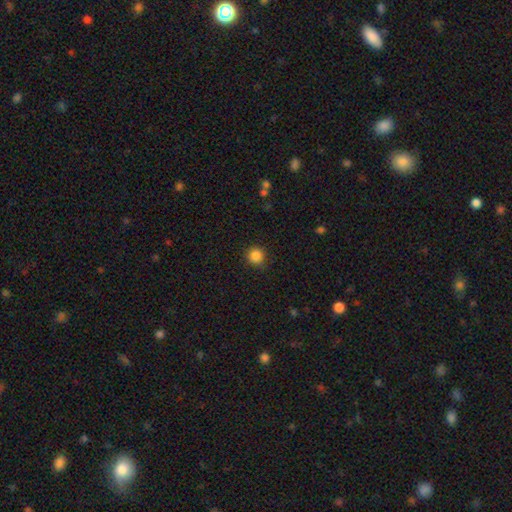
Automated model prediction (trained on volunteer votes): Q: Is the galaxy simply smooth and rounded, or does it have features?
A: smooth — 86%.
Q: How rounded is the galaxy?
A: round — 94%.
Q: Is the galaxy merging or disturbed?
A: none — 89%.